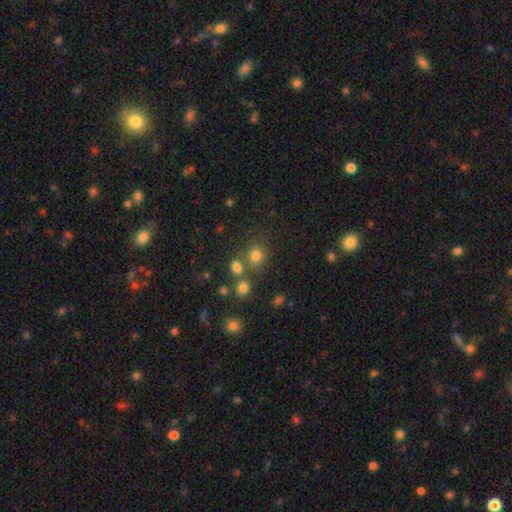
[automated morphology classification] type=smooth (76%); roundness=round (74%); merging=none (65%).